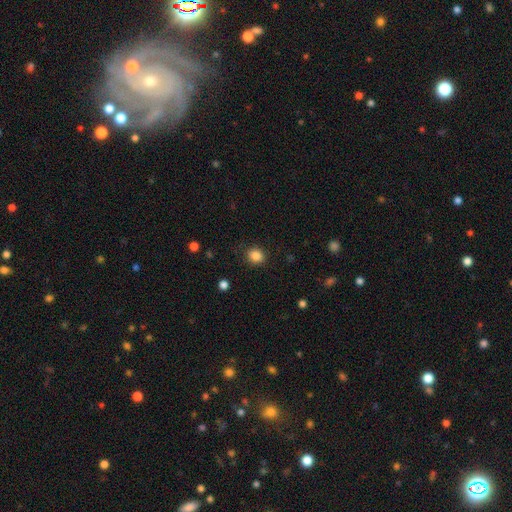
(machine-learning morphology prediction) Smooth or featured: smooth — 86% (star or artifact — 10%)
How rounded: round — 66% (in between — 33%)
Merging: none — 86% (minor disturbance — 10%)